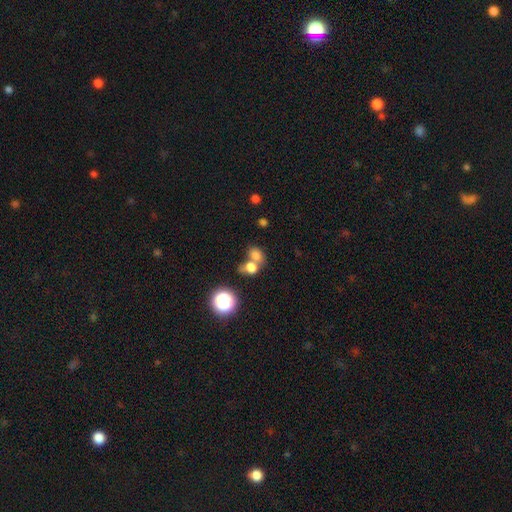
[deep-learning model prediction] Smooth or featured? smooth (75%)
How rounded? in between (55%)
Merging? merger (51%)